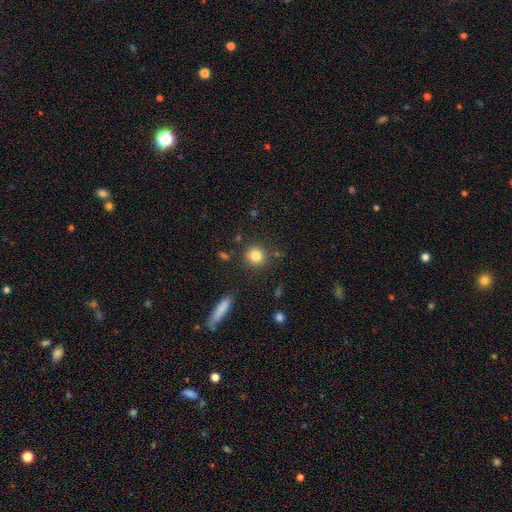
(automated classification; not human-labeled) smooth-or-featured: smooth: 81% | star or artifact: 11% | featured or disk: 8%
  how-rounded: round: 87% | in between: 11% | cigar-shaped: 1%
  merging: none: 82% | minor disturbance: 10% | merger: 5% | major disturbance: 3%